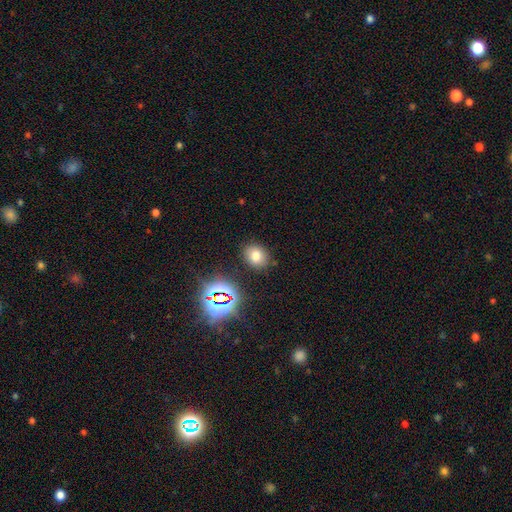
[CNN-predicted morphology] Overall: smooth (70%). How rounded: round (51%; in between 48%). Merging: none (84%).